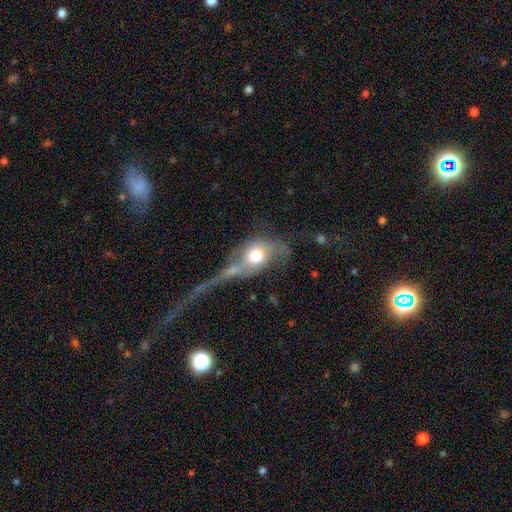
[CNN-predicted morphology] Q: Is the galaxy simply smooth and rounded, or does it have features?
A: smooth — 48%.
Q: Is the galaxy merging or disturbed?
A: major disturbance — 37%.